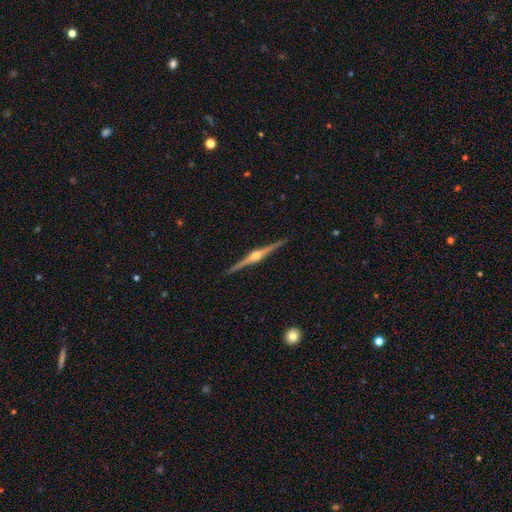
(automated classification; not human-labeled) Smooth or featured? featured or disk (89%)
Edge-on disk? yes (99%)
Edge-on bulge? rounded (93%)
Merging? none (93%)